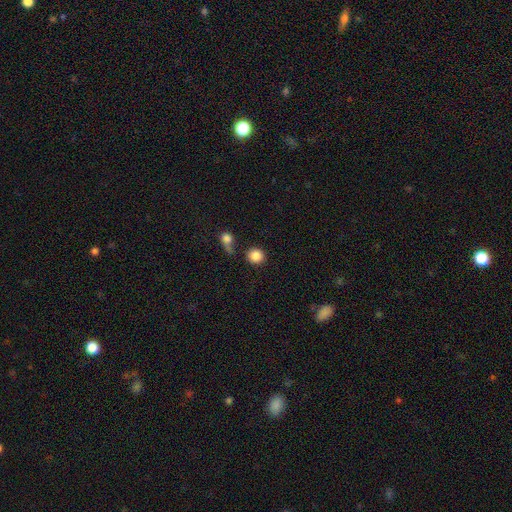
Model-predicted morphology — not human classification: Smooth or featured?
  - smooth: 86% *
  - star or artifact: 9%
  - featured or disk: 5%
How rounded?
  - round: 89% *
  - in between: 10%
  - cigar-shaped: 1%
Merging?
  - none: 72% *
  - merger: 14%
  - minor disturbance: 9%
  - major disturbance: 5%